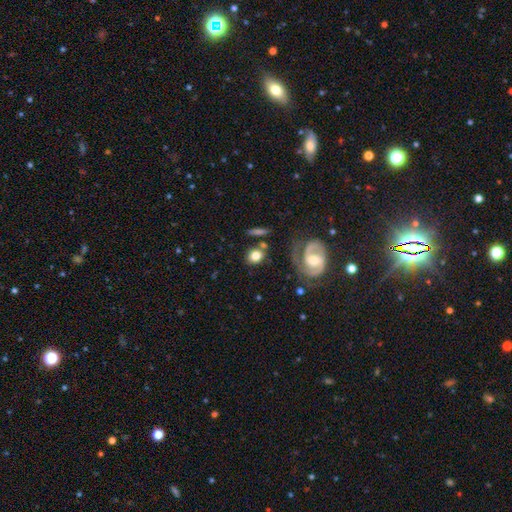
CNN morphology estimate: smooth-or-featured: smooth: 67% | featured or disk: 25% | star or artifact: 8%
  how-rounded: round: 63% | in between: 34% | cigar-shaped: 3%
  merging: none: 73% | minor disturbance: 13% | merger: 8% | major disturbance: 6%